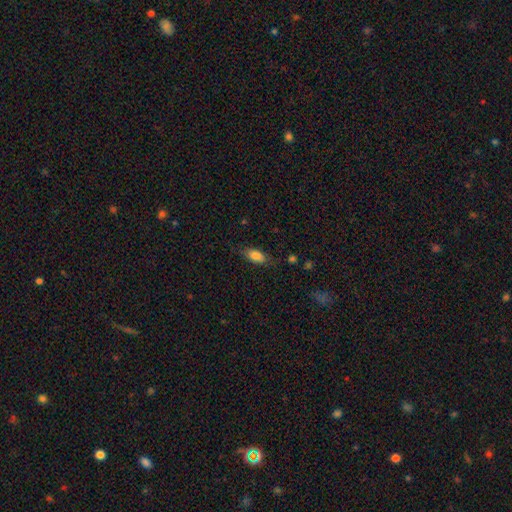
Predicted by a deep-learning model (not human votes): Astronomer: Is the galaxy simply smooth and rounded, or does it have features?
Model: smooth — 80%.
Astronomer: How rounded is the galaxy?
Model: in between — 85%.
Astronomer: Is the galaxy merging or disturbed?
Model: none — 74%.